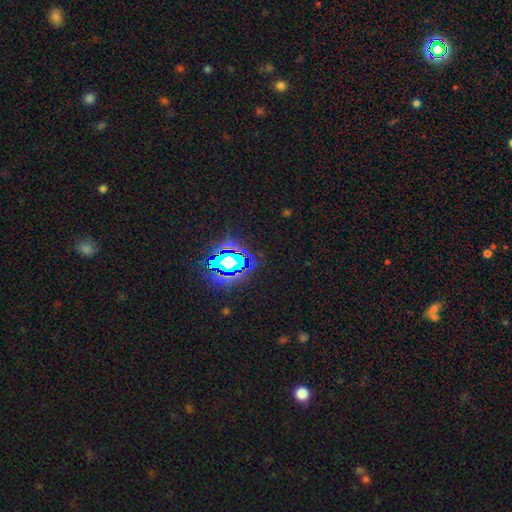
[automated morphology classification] smooth_or_featured: star or artifact (p=0.81) [alt: smooth p=0.13]